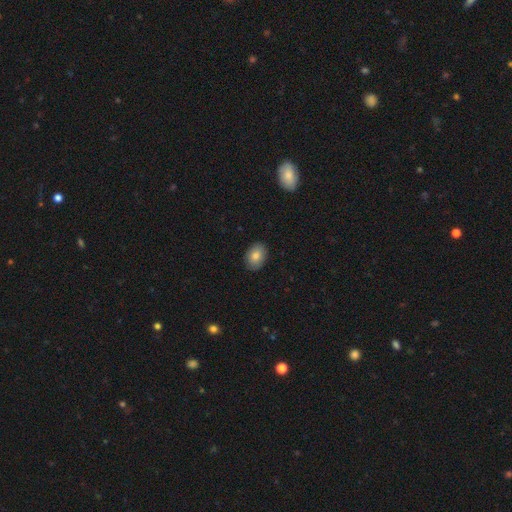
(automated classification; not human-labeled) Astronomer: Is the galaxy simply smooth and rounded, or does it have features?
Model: smooth — 83%.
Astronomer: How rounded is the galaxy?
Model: in between — 78%.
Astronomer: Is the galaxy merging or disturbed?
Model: none — 88%.